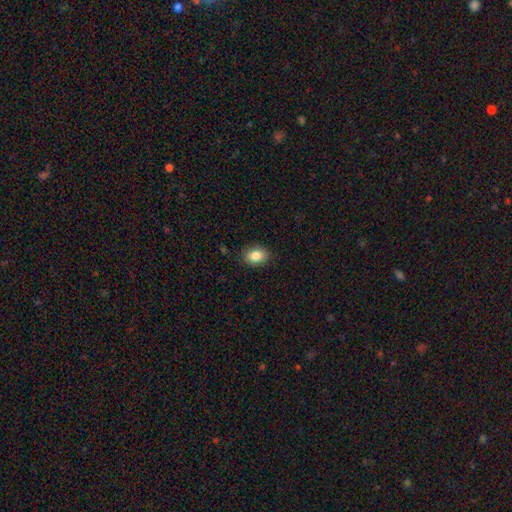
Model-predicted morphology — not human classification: type=smooth (85%); roundness=in between (77%); merging=none (88%).